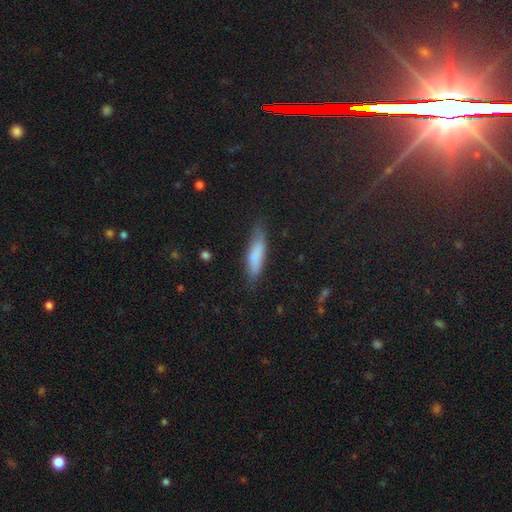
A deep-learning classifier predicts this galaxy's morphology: smooth-or-featured: smooth: 78% | featured or disk: 15% | star or artifact: 7%
  how-rounded: cigar-shaped: 68% | in between: 31% | round: 2%
  merging: none: 74% | minor disturbance: 20% | major disturbance: 5% | merger: 2%